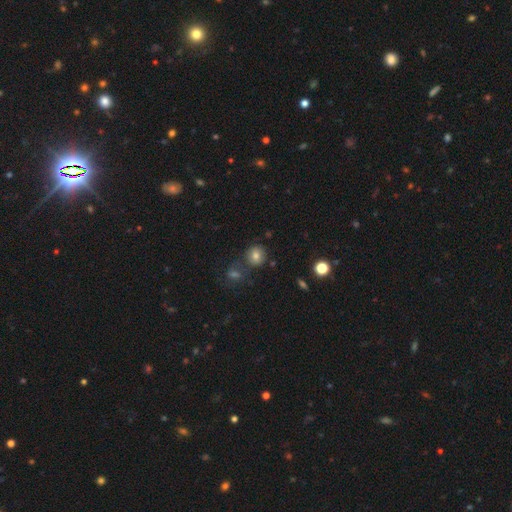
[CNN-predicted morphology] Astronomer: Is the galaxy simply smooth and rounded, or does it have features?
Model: smooth — 76%.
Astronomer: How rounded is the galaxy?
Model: round — 83%.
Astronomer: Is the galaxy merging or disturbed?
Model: none — 70%.